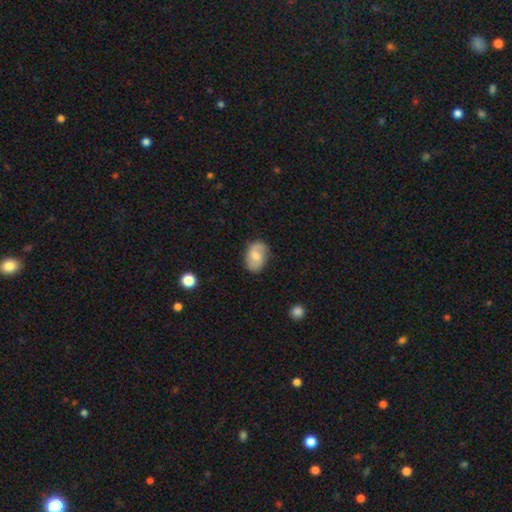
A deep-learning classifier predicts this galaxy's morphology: type=smooth (54%); roundness=in between (81%); merging=none (78%).